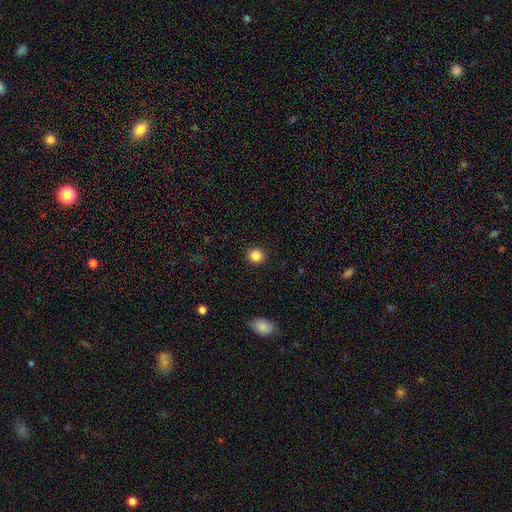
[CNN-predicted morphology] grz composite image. It shows a smooth galaxy with no disk features (85%) that is round (91%). Merging: none (92%).